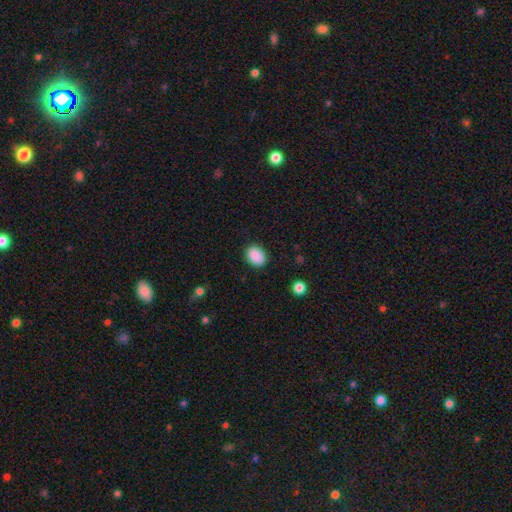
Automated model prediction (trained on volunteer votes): Q: Smooth or featured?
A: smooth (89%); runner-up: star or artifact (8%)
Q: How rounded?
A: in between (64%); runner-up: round (35%)
Q: Merging?
A: none (86%); runner-up: minor disturbance (10%)